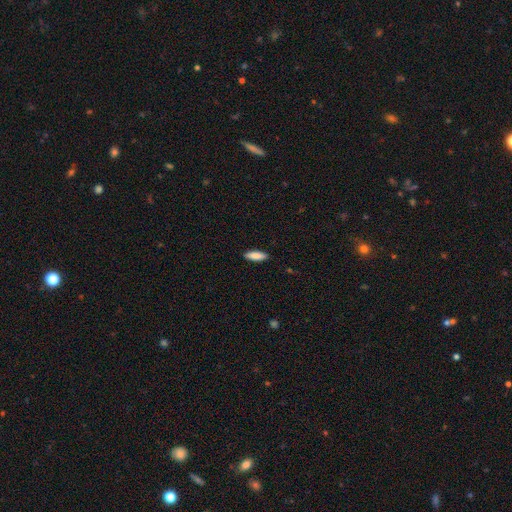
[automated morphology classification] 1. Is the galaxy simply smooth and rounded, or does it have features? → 87% smooth, 7% featured or disk, 6% star or artifact.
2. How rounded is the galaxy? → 54% in between, 44% cigar-shaped, 2% round.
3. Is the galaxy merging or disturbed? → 90% none, 8% minor disturbance, 2% major disturbance, 1% merger.